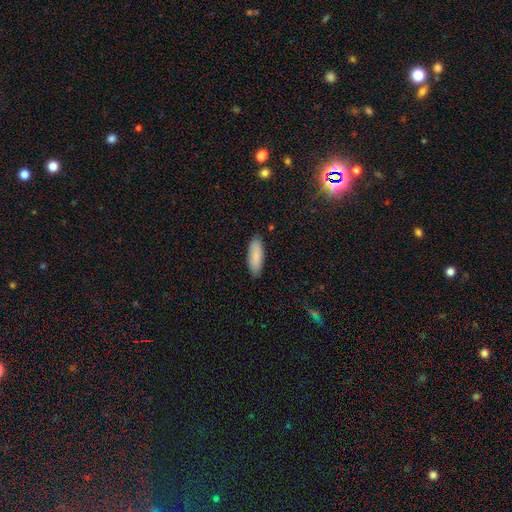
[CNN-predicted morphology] Overall: smooth (87%). How rounded: in between (68%; cigar-shaped 31%). Merging: none (86%).